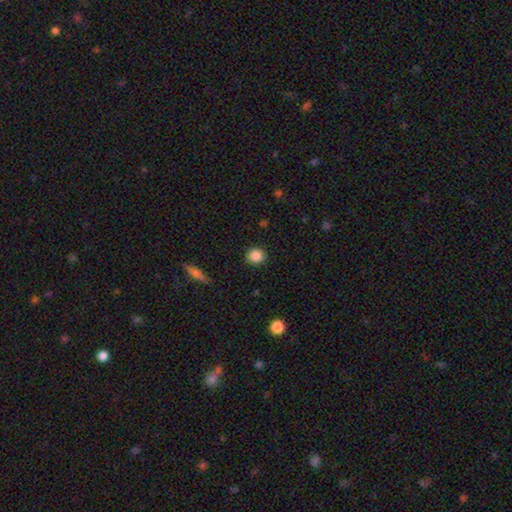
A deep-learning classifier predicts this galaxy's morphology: Smooth or featured? smooth (87%)
How rounded? round (89%)
Merging? none (90%)